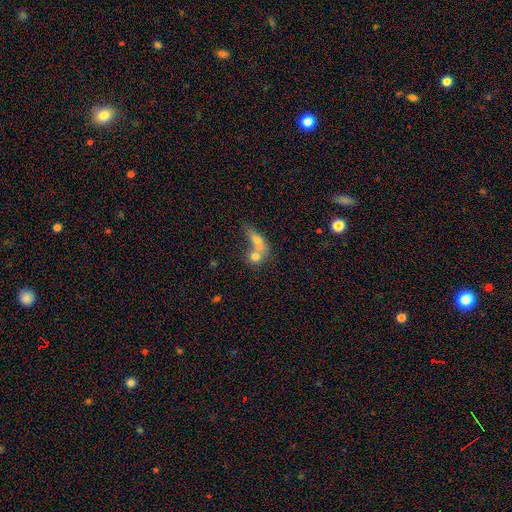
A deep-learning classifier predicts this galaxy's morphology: type=smooth (64%); roundness=round (50%); merging=merger (65%).